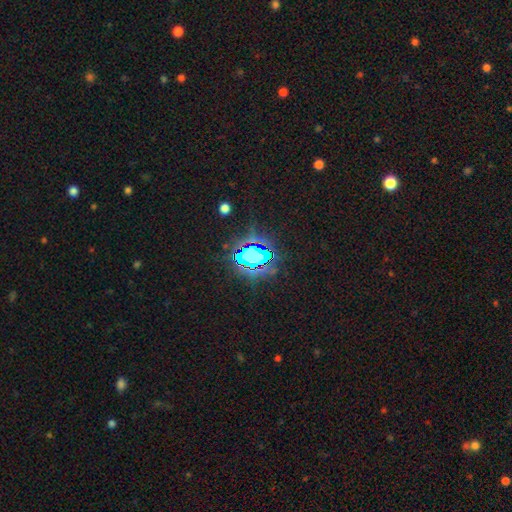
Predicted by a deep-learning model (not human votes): Q: Smooth or featured?
A: star or artifact (78%); runner-up: smooth (13%)